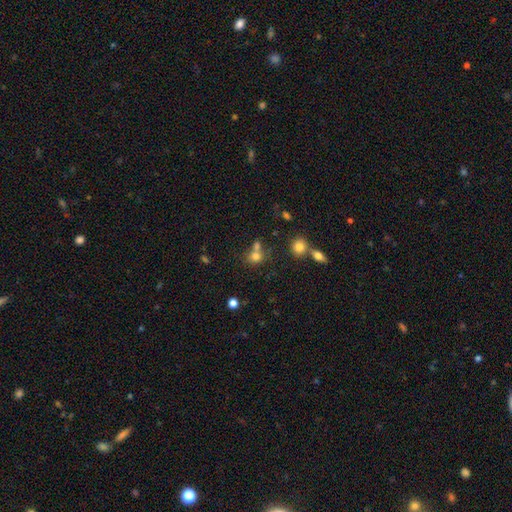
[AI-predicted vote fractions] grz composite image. It shows a smooth galaxy with no disk features (75%) that is round (77%). Merging: none (49%).